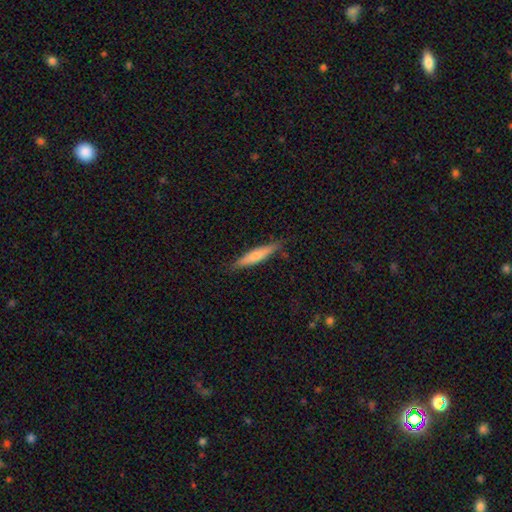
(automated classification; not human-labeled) Morphology: type=smooth (60%); roundness=cigar-shaped (87%); merging=none (85%).